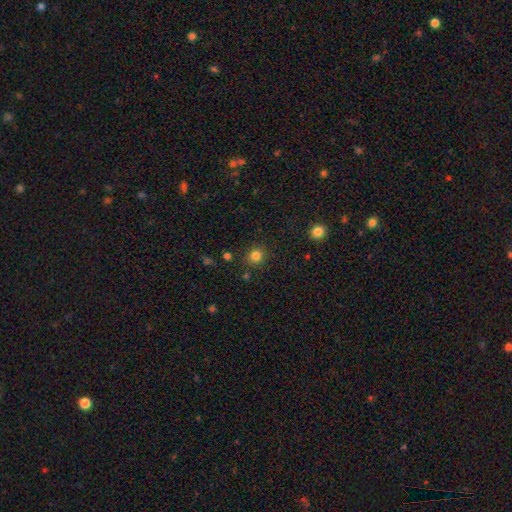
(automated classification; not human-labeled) smooth 82%, star or artifact 13%, featured or disk 5%. Down the decision tree: how rounded — round (88%); merging — none (87%).